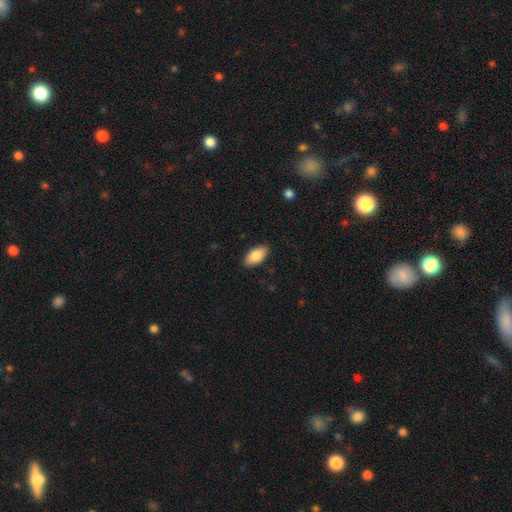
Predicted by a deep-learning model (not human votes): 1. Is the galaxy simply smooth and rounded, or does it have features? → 84% smooth, 10% featured or disk, 6% star or artifact.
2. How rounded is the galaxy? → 93% in between, 4% cigar-shaped, 3% round.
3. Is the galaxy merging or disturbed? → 89% none, 8% minor disturbance, 2% major disturbance, 1% merger.